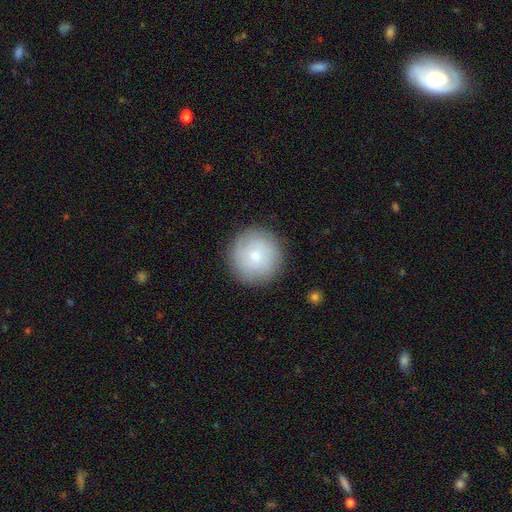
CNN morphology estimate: Smooth or featured? smooth (71%)
How rounded? round (95%)
Merging? none (89%)